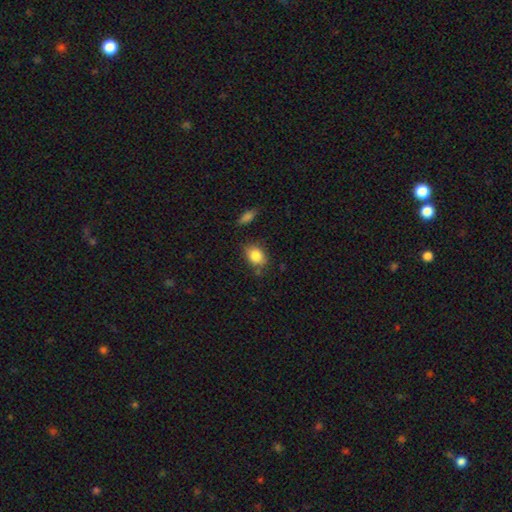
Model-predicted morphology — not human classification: Q: Smooth or featured?
A: smooth (84%); runner-up: star or artifact (9%)
Q: How rounded?
A: in between (58%); runner-up: round (40%)
Q: Merging?
A: none (71%); runner-up: minor disturbance (20%)